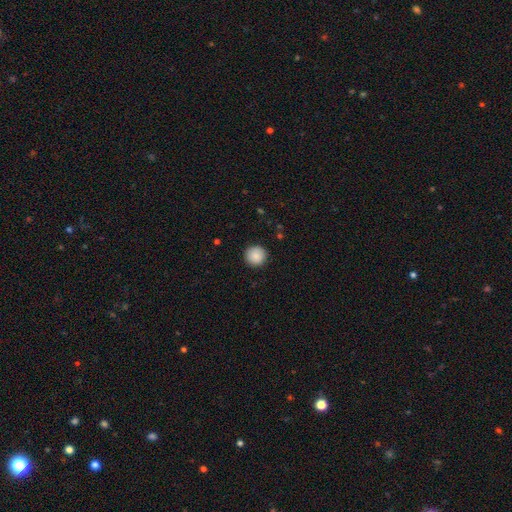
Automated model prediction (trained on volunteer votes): Smooth or featured?
  - smooth: 88% *
  - star or artifact: 8%
  - featured or disk: 4%
How rounded?
  - round: 95% *
  - in between: 4%
  - cigar-shaped: 1%
Merging?
  - none: 91% *
  - minor disturbance: 6%
  - major disturbance: 2%
  - merger: 1%